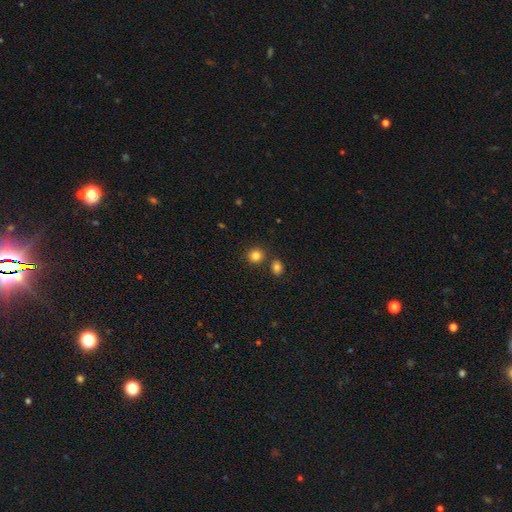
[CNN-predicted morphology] smooth-or-featured: smooth: 83% | star or artifact: 12% | featured or disk: 5%
  how-rounded: round: 85% | in between: 14% | cigar-shaped: 1%
  merging: none: 77% | merger: 13% | minor disturbance: 8% | major disturbance: 3%